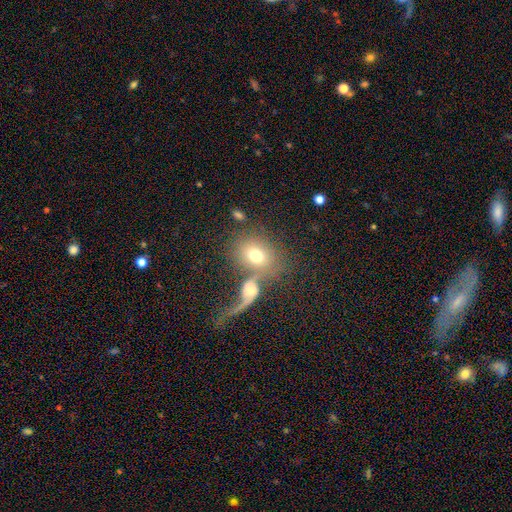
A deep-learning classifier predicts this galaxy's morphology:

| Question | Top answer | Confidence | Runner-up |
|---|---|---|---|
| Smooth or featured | smooth | 64% | featured or disk (26%) |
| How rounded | in between | 54% | round (44%) |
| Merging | merger | 38% | none (37%) |